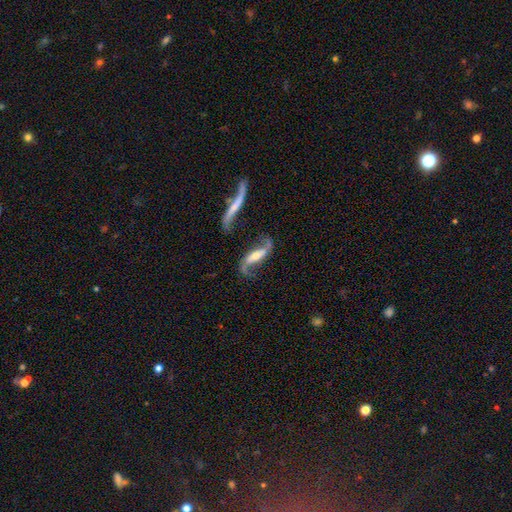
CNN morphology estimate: Smooth or featured? featured or disk (84%)
Edge-on disk? no (84%)
Bar? strong (41%)
Spiral arms? yes (92%)
Spiral winding? loose (83%)
Spiral arm count? 2 (90%)
Bulge size? moderate (50%)
Merging? none (55%)